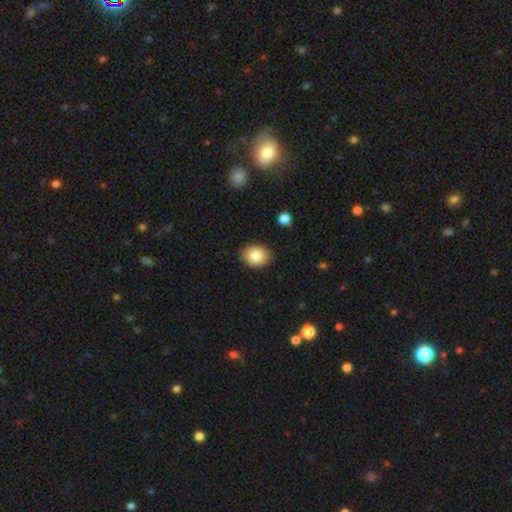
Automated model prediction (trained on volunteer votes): Overall: smooth (85%). How rounded: round (52%; in between 47%). Merging: none (86%).